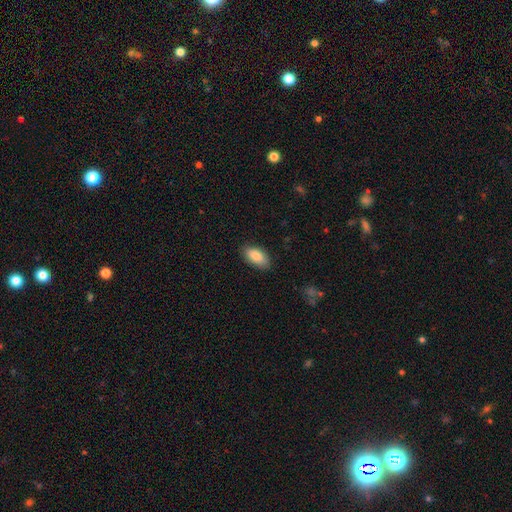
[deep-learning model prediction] Smooth or featured? smooth (86%)
How rounded? in between (93%)
Merging? none (84%)